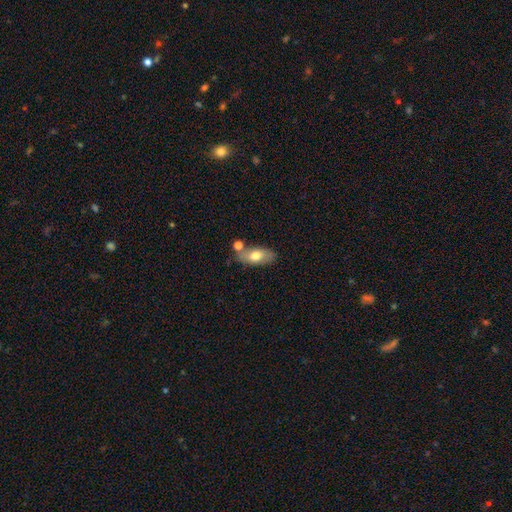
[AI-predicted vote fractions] Smooth or featured: smooth — 67% (featured or disk — 27%)
How rounded: in between — 87% (cigar-shaped — 8%)
Merging: none — 63% (merger — 17%)